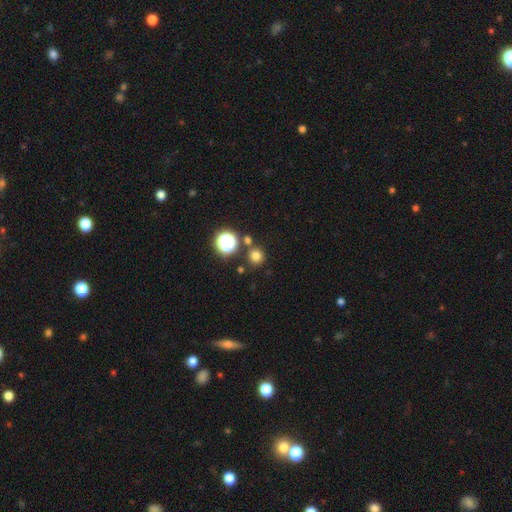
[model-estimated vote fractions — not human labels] This appears to be a smooth galaxy with no disk features (74%) that is round (93%). Merging: none (80%).